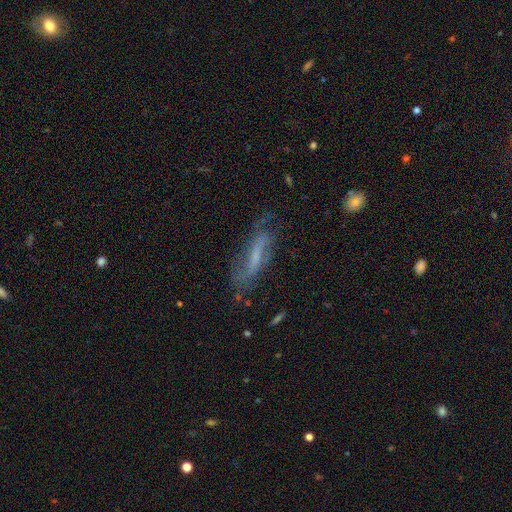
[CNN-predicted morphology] Smooth or featured?
  - featured or disk: 58% *
  - smooth: 32%
  - star or artifact: 10%
Edge-on disk?
  - no: 65% *
  - yes: 35%
Merging?
  - none: 60% *
  - minor disturbance: 24%
  - major disturbance: 13%
  - merger: 3%